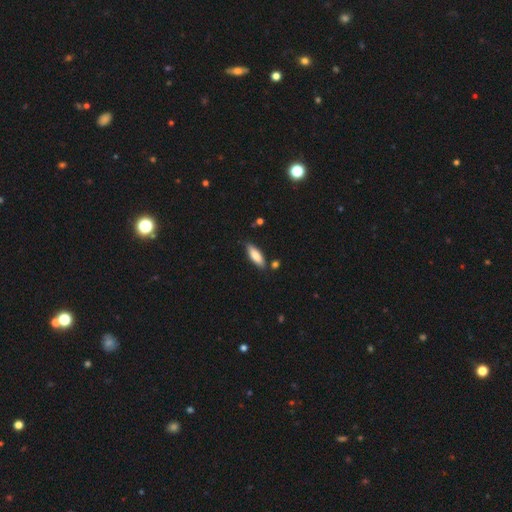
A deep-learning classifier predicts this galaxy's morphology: Overall: smooth (81%). How rounded: in between (57%; cigar-shaped 42%). Merging: none (83%).